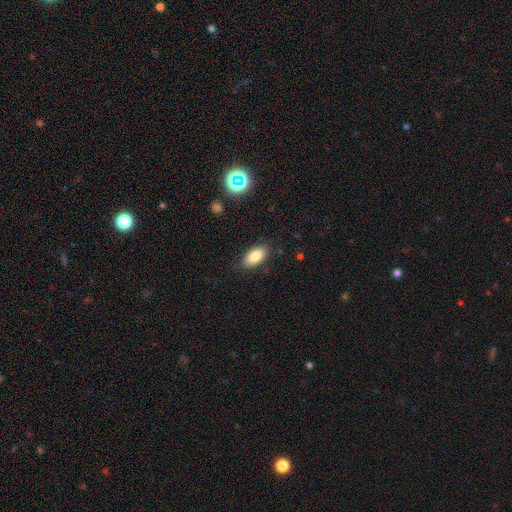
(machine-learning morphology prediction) Q: Smooth or featured?
A: smooth (84%); runner-up: star or artifact (8%)
Q: How rounded?
A: in between (91%); runner-up: cigar-shaped (6%)
Q: Merging?
A: none (85%); runner-up: minor disturbance (11%)